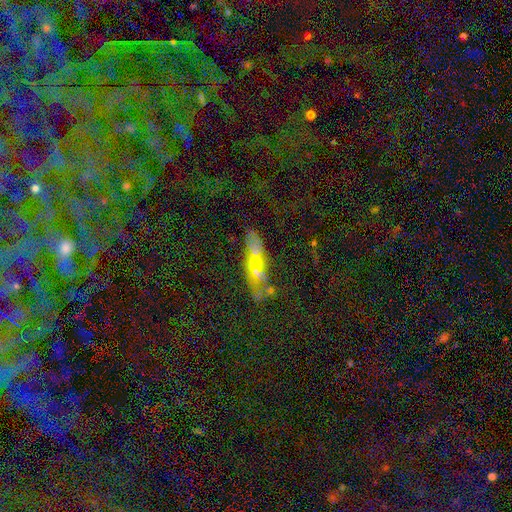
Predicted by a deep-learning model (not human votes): A smooth galaxy with no disk features (40%).

Vote fractions:
- Smooth or featured? smooth: 40% / featured or disk: 37% / star or artifact: 23%
- Merging? none: 42% / merger: 31% / minor disturbance: 15% / major disturbance: 12%